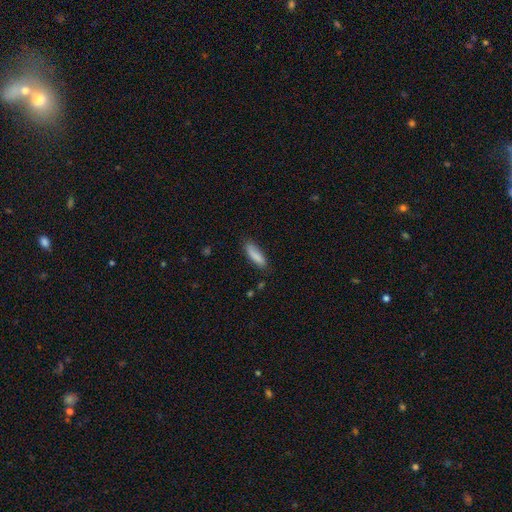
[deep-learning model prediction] The model was most divided on "how rounded": cigar-shaped: 53%, in between: 45%, round: 1%. More confident: smooth or featured — smooth (87%); merging — none (79%).